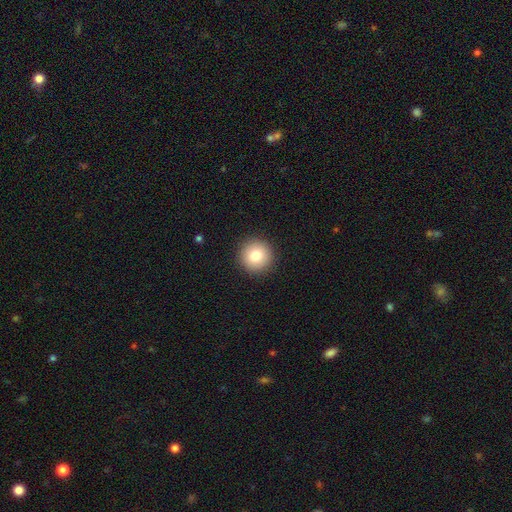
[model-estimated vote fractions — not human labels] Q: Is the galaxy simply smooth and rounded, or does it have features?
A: smooth — 81%.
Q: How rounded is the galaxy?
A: round — 95%.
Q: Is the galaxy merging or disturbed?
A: none — 92%.